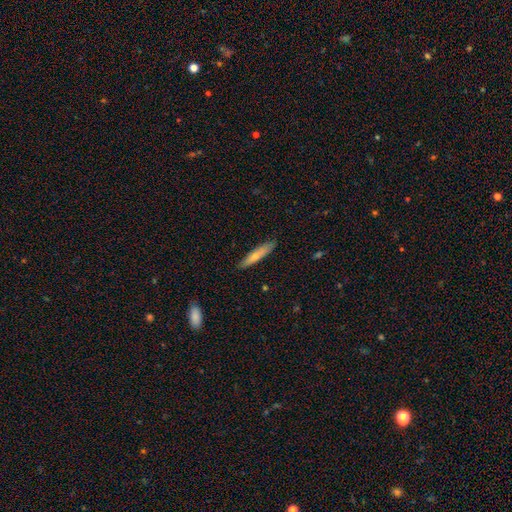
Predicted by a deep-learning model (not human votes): smooth 63%, featured or disk 31%, star or artifact 6%. Down the decision tree: how rounded — cigar-shaped (87%); merging — none (87%).